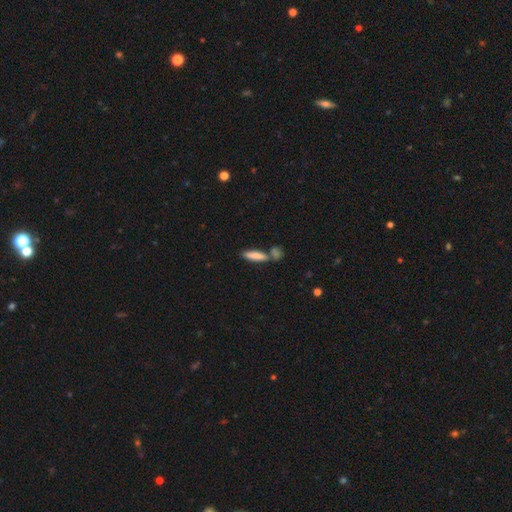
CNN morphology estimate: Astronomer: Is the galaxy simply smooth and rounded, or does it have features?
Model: smooth — 81%.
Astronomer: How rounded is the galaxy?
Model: cigar-shaped — 71%.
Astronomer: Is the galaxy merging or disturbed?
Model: none — 62%.